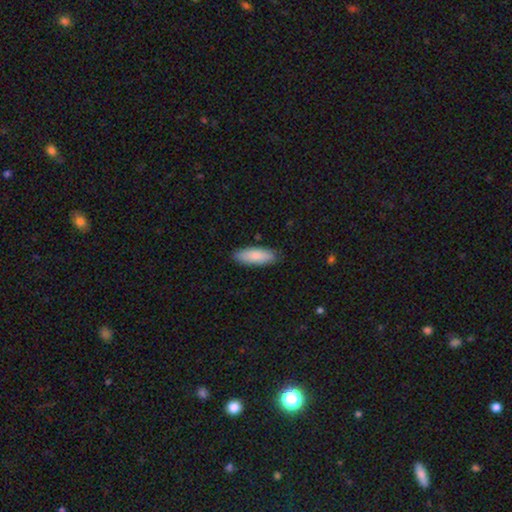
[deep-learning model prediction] Smooth or featured?
  - smooth: 83% *
  - featured or disk: 12%
  - star or artifact: 5%
How rounded?
  - in between: 66% *
  - cigar-shaped: 32%
  - round: 2%
Merging?
  - none: 86% *
  - minor disturbance: 11%
  - major disturbance: 2%
  - merger: 1%